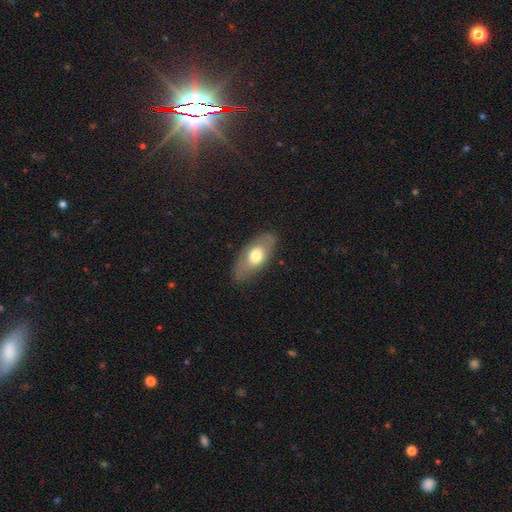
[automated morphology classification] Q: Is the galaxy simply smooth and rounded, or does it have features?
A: smooth — 60%.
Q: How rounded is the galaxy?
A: in between — 87%.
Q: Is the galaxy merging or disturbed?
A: none — 79%.